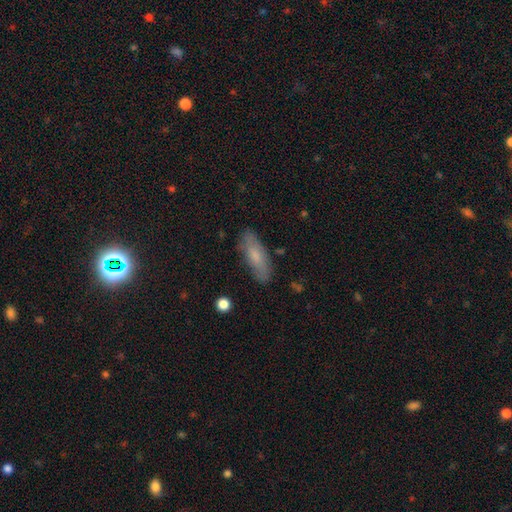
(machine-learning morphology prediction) Overall: smooth (70%). How rounded: in between (56%; cigar-shaped 42%). Merging: none (82%).